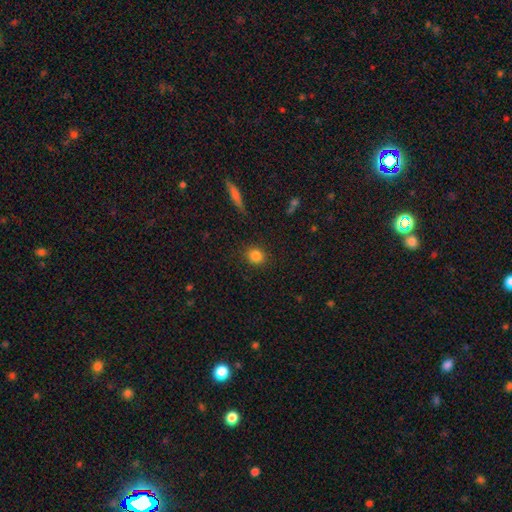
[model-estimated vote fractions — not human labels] Smooth or featured?
  - smooth: 84% *
  - star or artifact: 11%
  - featured or disk: 5%
How rounded?
  - round: 84% *
  - in between: 15%
  - cigar-shaped: 1%
Merging?
  - none: 89% *
  - minor disturbance: 7%
  - major disturbance: 2%
  - merger: 1%